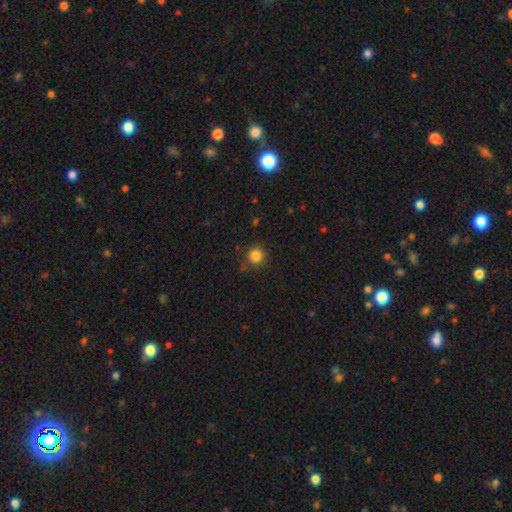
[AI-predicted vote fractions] Q: Smooth or featured?
A: smooth (85%); runner-up: star or artifact (12%)
Q: How rounded?
A: round (94%); runner-up: in between (5%)
Q: Merging?
A: none (86%); runner-up: minor disturbance (9%)